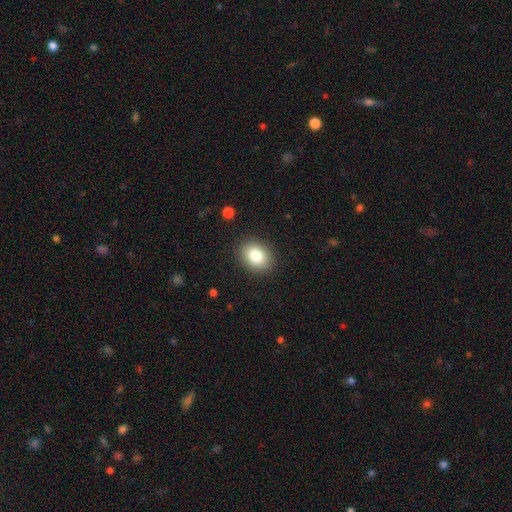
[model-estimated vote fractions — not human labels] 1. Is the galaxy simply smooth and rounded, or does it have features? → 82% smooth, 9% star or artifact, 9% featured or disk.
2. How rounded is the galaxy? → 59% in between, 40% round, 1% cigar-shaped.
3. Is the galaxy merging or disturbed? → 88% none, 8% minor disturbance, 3% major disturbance, 1% merger.